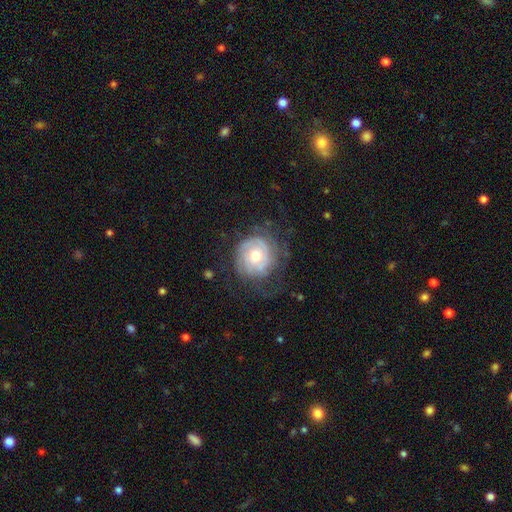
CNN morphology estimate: Smooth or featured? featured or disk (73%)
Edge-on disk? no (97%)
Bar? no (80%)
Spiral arms? yes (85%)
Spiral winding? tight (69%)
Spiral arm count? can't tell (50%)
Bulge size? moderate (66%)
Merging? none (63%)